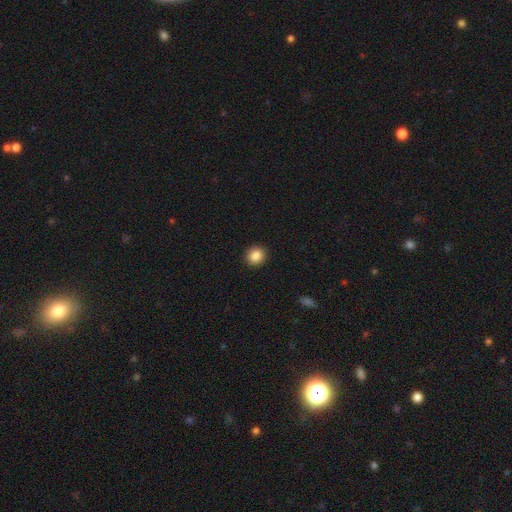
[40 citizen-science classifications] Volunteers were most divided on "merging": none: 83%, minor disturbance: 11%, major disturbance: 3%, merger: 3%. More confident: how rounded — round (91%); smooth or featured — smooth (85%).